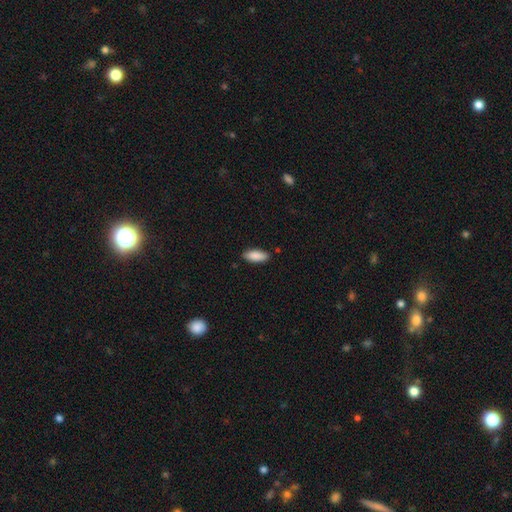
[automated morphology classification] Smooth or featured?
  - smooth: 89% *
  - star or artifact: 6%
  - featured or disk: 5%
How rounded?
  - in between: 82% *
  - cigar-shaped: 16%
  - round: 2%
Merging?
  - none: 86% *
  - minor disturbance: 10%
  - major disturbance: 2%
  - merger: 1%